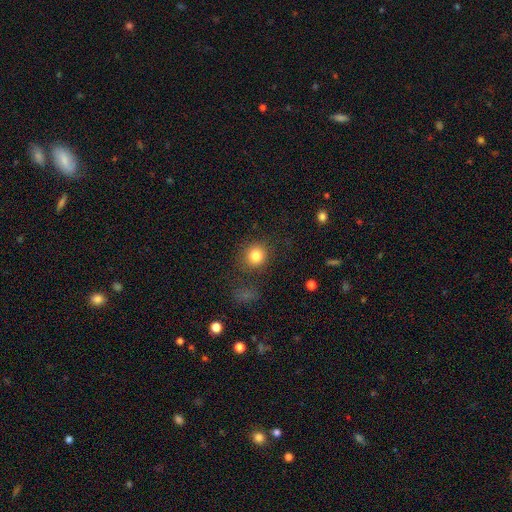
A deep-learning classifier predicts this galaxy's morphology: Smooth or featured? smooth (82%)
How rounded? round (88%)
Merging? none (80%)